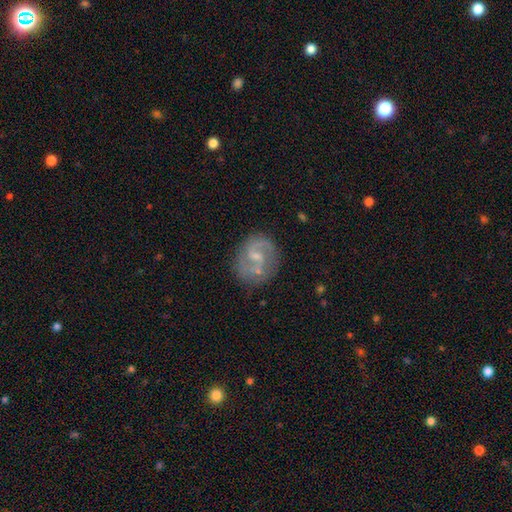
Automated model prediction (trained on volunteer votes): Q: Smooth or featured?
A: featured or disk (78%); runner-up: smooth (15%)
Q: Edge-on disk?
A: no (98%); runner-up: yes (2%)
Q: Bar?
A: weak (55%); runner-up: no (32%)
Q: Spiral arms?
A: yes (90%); runner-up: no (10%)
Q: Spiral winding?
A: medium (53%); runner-up: loose (26%)
Q: Spiral arm count?
A: 2 (87%); runner-up: can't tell (6%)
Q: Bulge size?
A: small (53%); runner-up: moderate (33%)
Q: Merging?
A: none (74%); runner-up: minor disturbance (15%)